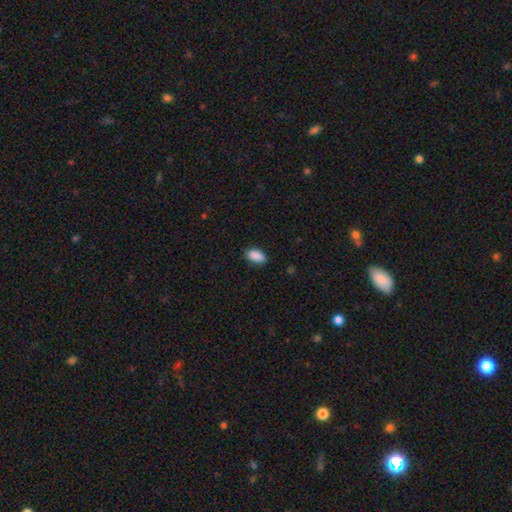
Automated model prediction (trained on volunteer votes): Q: Smooth or featured?
A: smooth (90%); runner-up: star or artifact (7%)
Q: How rounded?
A: in between (92%); runner-up: round (4%)
Q: Merging?
A: none (86%); runner-up: minor disturbance (10%)